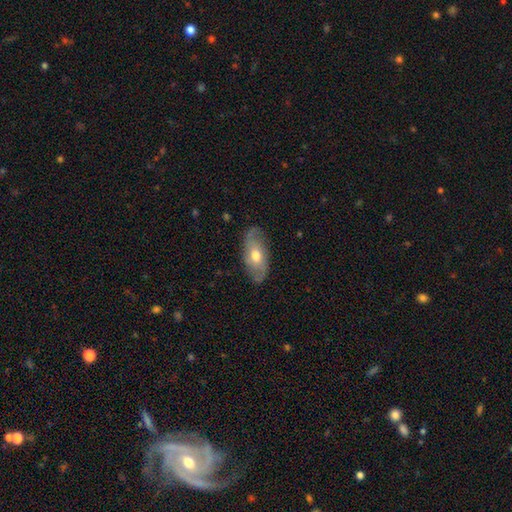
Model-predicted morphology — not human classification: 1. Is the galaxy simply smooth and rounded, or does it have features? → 53% featured or disk, 41% smooth, 6% star or artifact.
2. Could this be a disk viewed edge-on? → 86% no, 14% yes.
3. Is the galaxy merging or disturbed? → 78% none, 17% minor disturbance, 5% major disturbance, 1% merger.